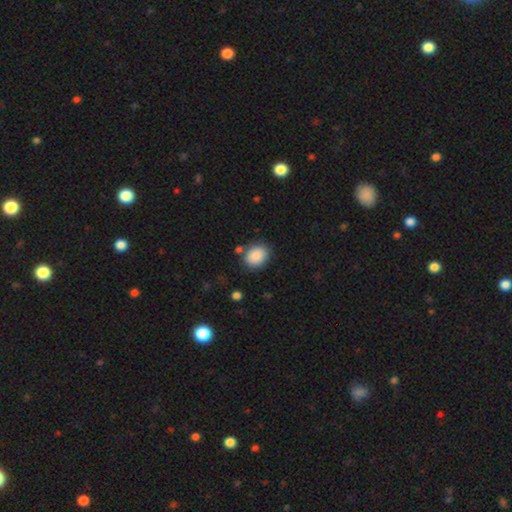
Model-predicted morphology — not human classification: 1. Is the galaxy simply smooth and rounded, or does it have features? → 88% smooth, 8% star or artifact, 4% featured or disk.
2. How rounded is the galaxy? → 51% in between, 48% round, 1% cigar-shaped.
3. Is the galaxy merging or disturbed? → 80% none, 12% minor disturbance, 5% merger, 4% major disturbance.